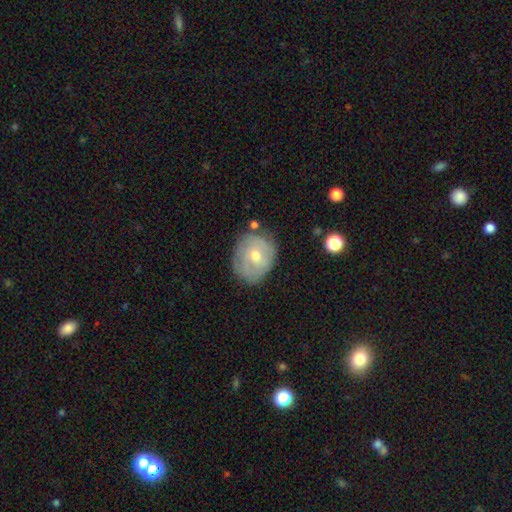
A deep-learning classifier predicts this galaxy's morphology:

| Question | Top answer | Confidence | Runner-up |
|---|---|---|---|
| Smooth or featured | featured or disk | 54% | smooth (38%) |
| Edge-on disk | no | 96% | yes (4%) |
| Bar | no | 69% | weak (26%) |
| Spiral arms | yes | 61% | no (39%) |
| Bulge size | moderate | 64% | small (32%) |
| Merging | none | 68% | minor disturbance (23%) |